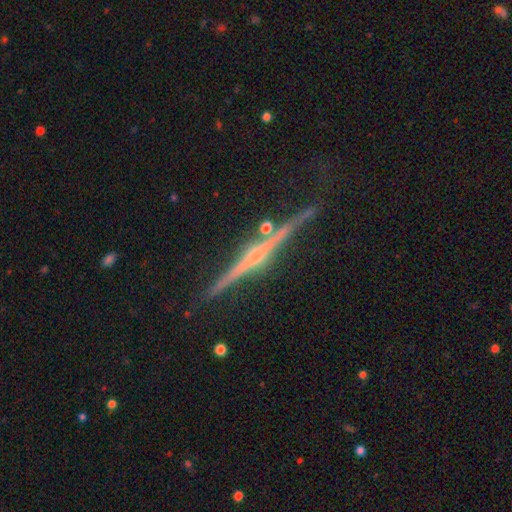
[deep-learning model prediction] Smooth or featured? Predicted: featured or disk (p=0.88). Edge-on disk? Predicted: yes (p=0.98). Edge-on bulge? Predicted: rounded (p=0.87). Merging? Predicted: none (p=0.85).